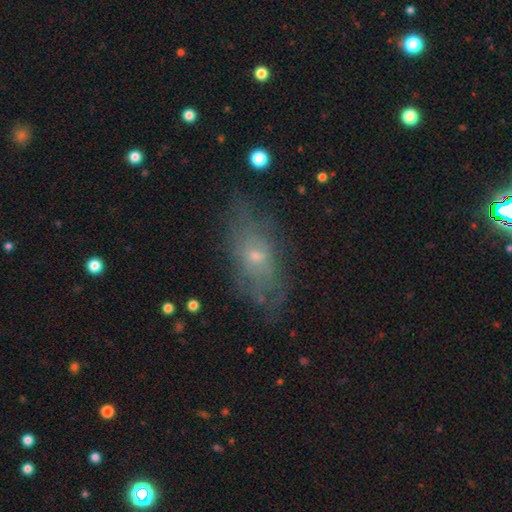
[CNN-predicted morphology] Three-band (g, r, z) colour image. It shows a featured or disk galaxy (44%). Merging: none (74%).